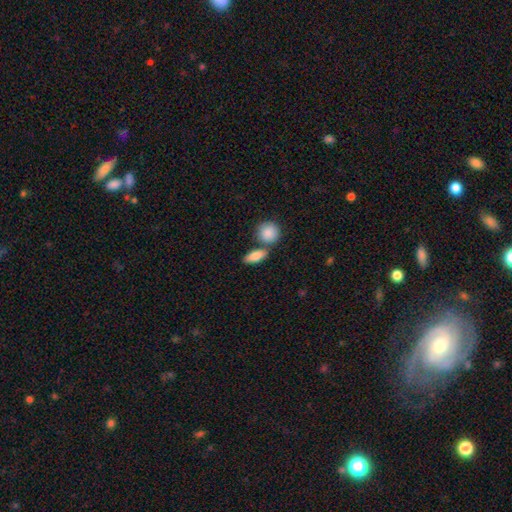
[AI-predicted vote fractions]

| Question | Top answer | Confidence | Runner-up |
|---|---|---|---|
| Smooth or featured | smooth | 85% | featured or disk (8%) |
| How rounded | in between | 76% | cigar-shaped (14%) |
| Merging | none | 59% | merger (28%) |